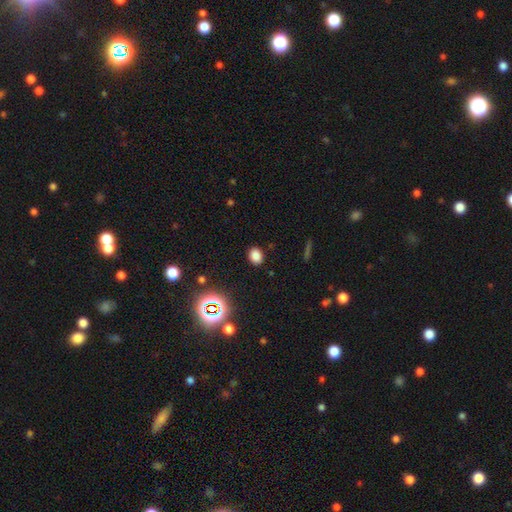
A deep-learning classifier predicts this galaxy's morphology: A smooth galaxy with no disk features (79%) that is in between round and cigar-shaped (56%). Merging: none (88%).